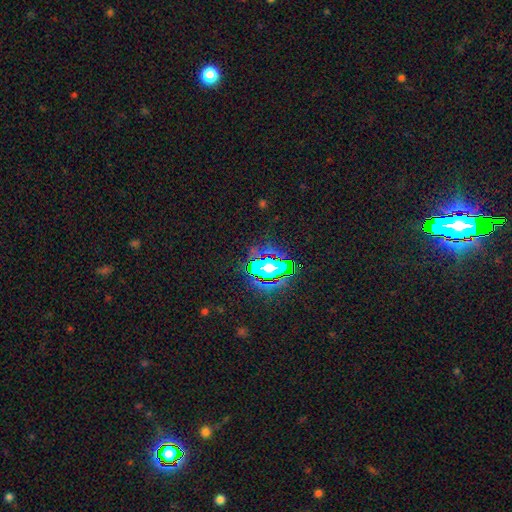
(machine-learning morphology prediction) A star or artifact, not a galaxy (82%).

Vote fractions:
- Smooth or featured? star or artifact: 82% / smooth: 10% / featured or disk: 7%